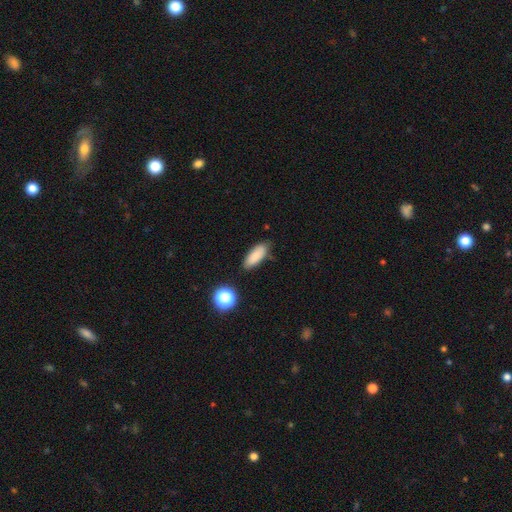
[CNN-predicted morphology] Smooth or featured? Predicted: smooth (p=0.85). How rounded? Predicted: in between (p=0.75). Merging? Predicted: none (p=0.80).